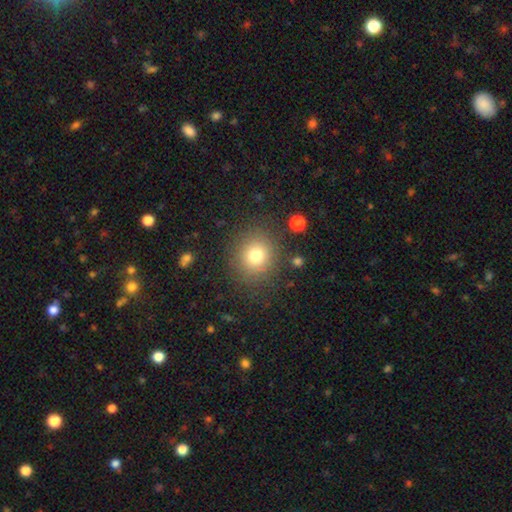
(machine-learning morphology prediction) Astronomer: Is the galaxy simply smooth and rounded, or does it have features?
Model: smooth — 76%.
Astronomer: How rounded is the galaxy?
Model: round — 86%.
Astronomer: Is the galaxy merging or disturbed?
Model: none — 84%.